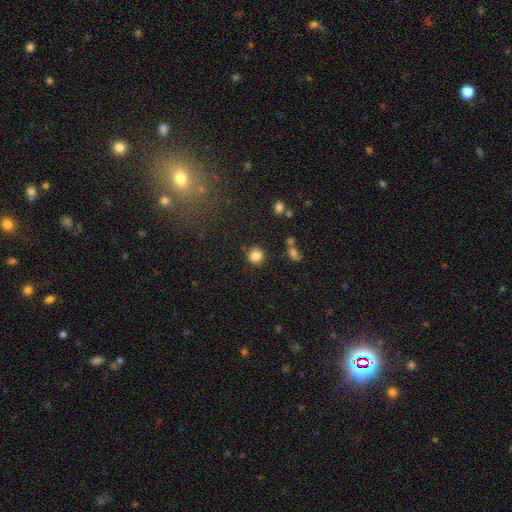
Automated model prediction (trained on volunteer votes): smooth_or_featured: smooth (p=0.84) [alt: star or artifact p=0.11]
how_rounded: round (p=0.91) [alt: in between p=0.08]
merging: none (p=0.85) [alt: minor disturbance p=0.08]